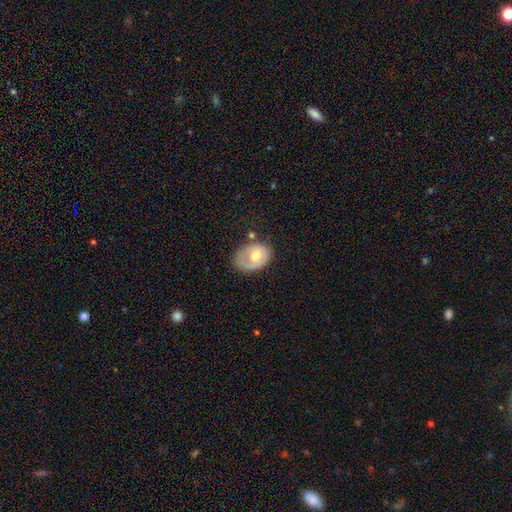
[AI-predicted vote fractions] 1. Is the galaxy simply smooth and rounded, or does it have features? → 52% smooth, 42% featured or disk, 6% star or artifact.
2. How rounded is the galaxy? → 73% in between, 26% round, 1% cigar-shaped.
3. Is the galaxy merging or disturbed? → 52% none, 29% minor disturbance, 13% major disturbance, 5% merger.